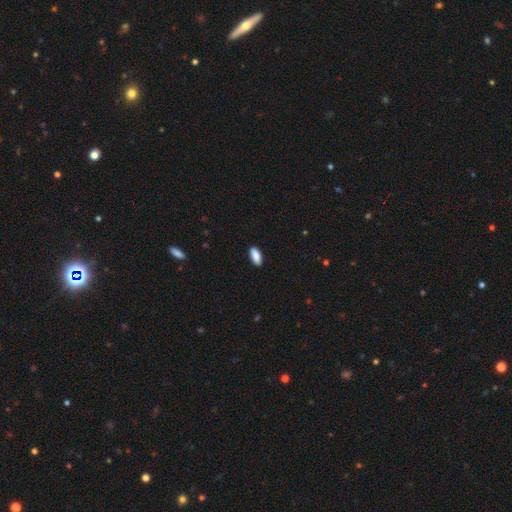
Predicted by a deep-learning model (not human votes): Morphology: type=smooth (88%); roundness=in between (83%); merging=none (88%).